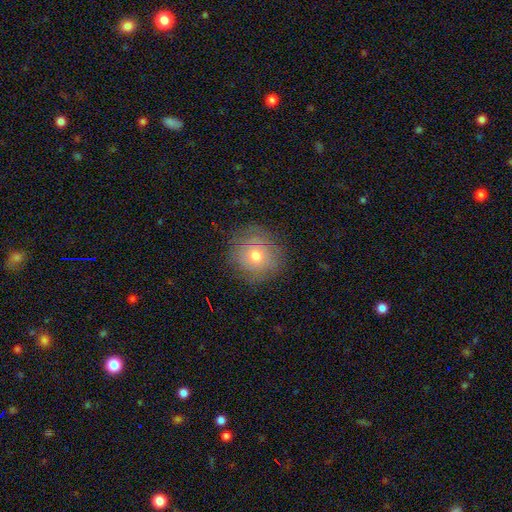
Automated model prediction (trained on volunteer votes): Smooth or featured? Predicted: smooth (p=0.59). How rounded? Predicted: round (p=0.91). Merging? Predicted: none (p=0.80).